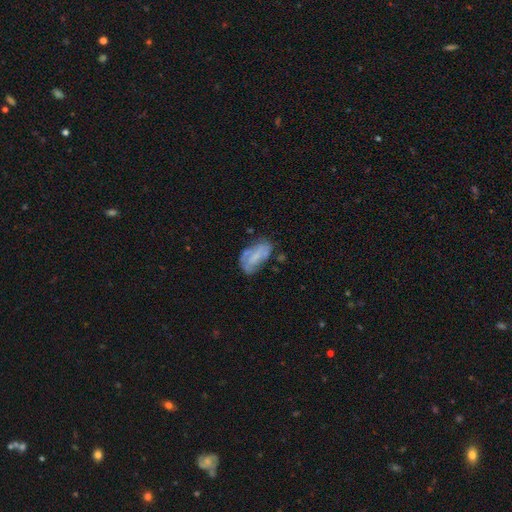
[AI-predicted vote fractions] Smooth or featured?
  - featured or disk: 47% *
  - smooth: 44%
  - star or artifact: 9%
Merging?
  - none: 51% *
  - minor disturbance: 29%
  - major disturbance: 15%
  - merger: 6%